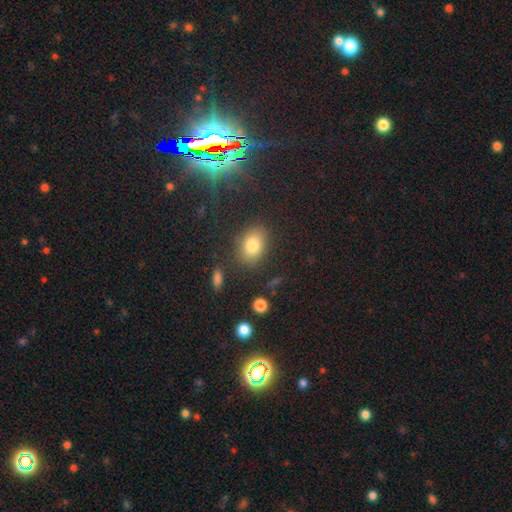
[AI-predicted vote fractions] This is possibly a smooth galaxy (53%). How rounded: likely in between (67%). Merging: clearly none (85%).